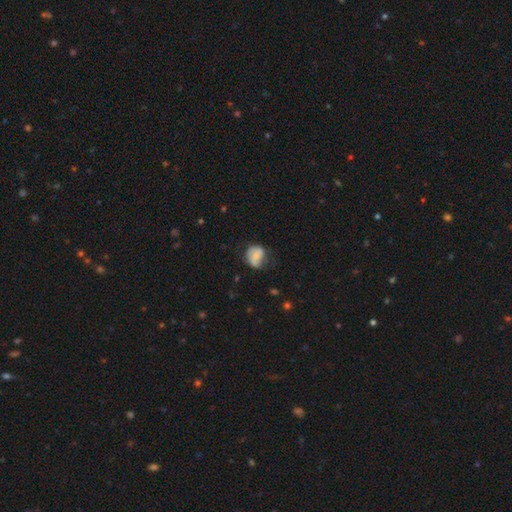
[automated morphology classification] Smooth or featured?
  - smooth: 60% *
  - featured or disk: 32%
  - star or artifact: 8%
How rounded?
  - round: 58% *
  - in between: 41%
  - cigar-shaped: 1%
Merging?
  - none: 46% *
  - minor disturbance: 35%
  - major disturbance: 17%
  - merger: 3%